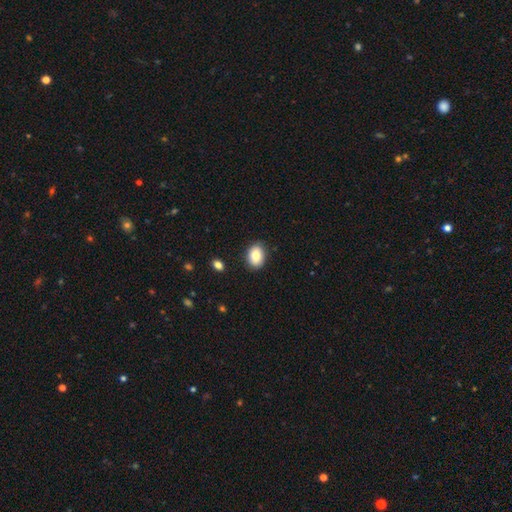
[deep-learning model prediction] A smooth galaxy with no disk features (85%) that is in between round and cigar-shaped (76%). Merging: none (86%).